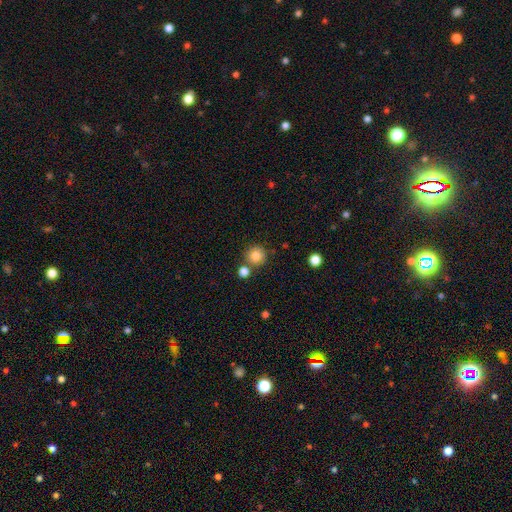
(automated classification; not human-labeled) A smooth galaxy with no disk features (83%) that is round (94%).

Vote fractions:
- Smooth or featured? smooth: 83% / star or artifact: 11% / featured or disk: 6%
- How rounded? round: 94% / in between: 5% / cigar-shaped: 1%
- Merging? none: 77% / merger: 12% / minor disturbance: 8% / major disturbance: 3%